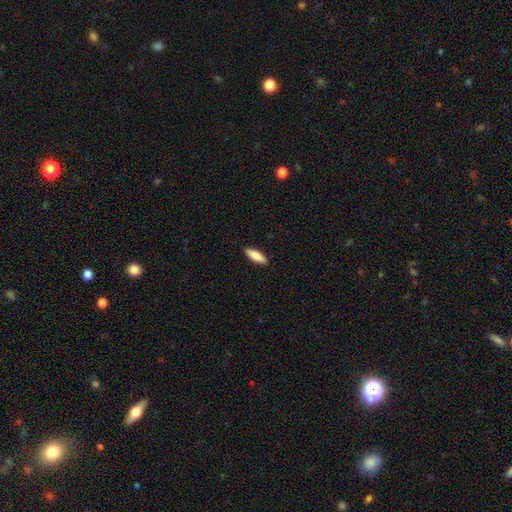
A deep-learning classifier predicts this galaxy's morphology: Smooth or featured? smooth (79%)
How rounded? in between (58%)
Merging? none (89%)